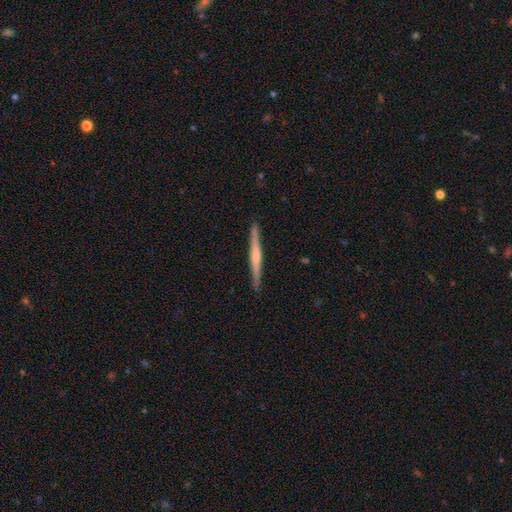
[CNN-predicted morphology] Q: Smooth or featured?
A: featured or disk (59%); runner-up: smooth (35%)
Q: Edge-on disk?
A: yes (98%); runner-up: no (2%)
Q: Edge-on bulge?
A: none (42%); runner-up: rounded (41%)
Q: Merging?
A: none (91%); runner-up: minor disturbance (7%)